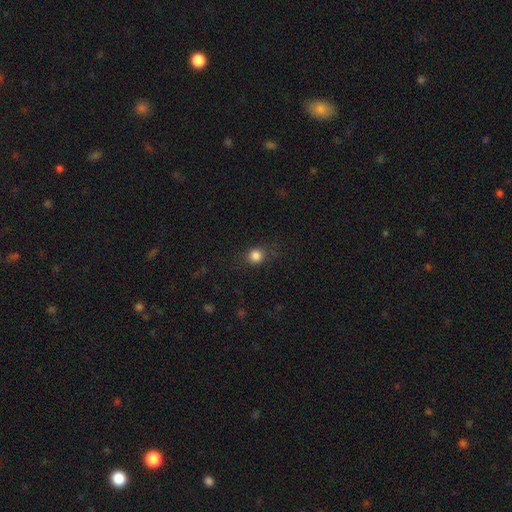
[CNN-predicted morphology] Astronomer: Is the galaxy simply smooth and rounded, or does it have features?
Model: smooth — 83%.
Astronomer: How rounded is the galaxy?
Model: round — 86%.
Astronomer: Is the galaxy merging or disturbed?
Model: none — 81%.